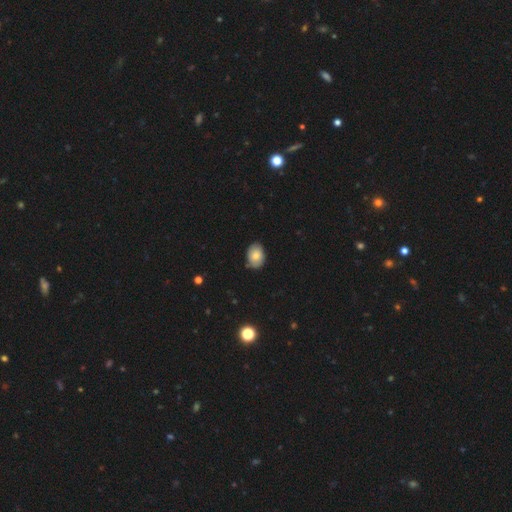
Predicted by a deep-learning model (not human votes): A smooth galaxy with no disk features (72%) that is in between round and cigar-shaped (73%).

Vote fractions:
- Smooth or featured? smooth: 72% / featured or disk: 19% / star or artifact: 9%
- How rounded? in between: 73% / round: 26% / cigar-shaped: 1%
- Merging? none: 74% / minor disturbance: 21% / major disturbance: 3% / merger: 1%